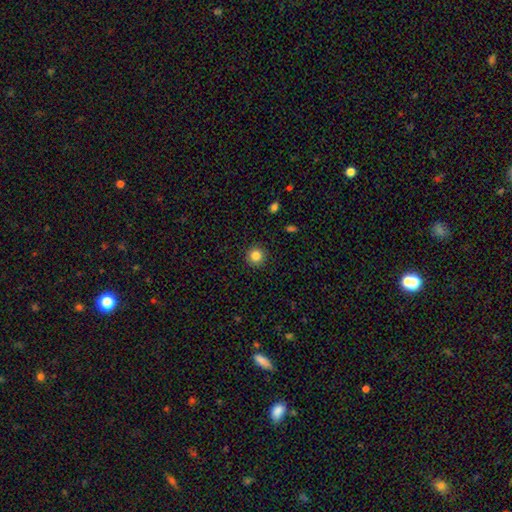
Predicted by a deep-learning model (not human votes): A smooth galaxy with no disk features (84%) that is round (95%).

Vote fractions:
- Smooth or featured? smooth: 84% / star or artifact: 11% / featured or disk: 5%
- How rounded? round: 95% / in between: 4% / cigar-shaped: 1%
- Merging? none: 92% / minor disturbance: 5% / major disturbance: 2% / merger: 1%